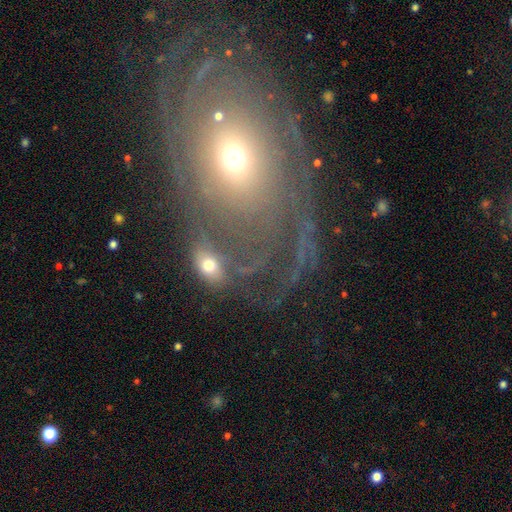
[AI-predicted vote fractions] smooth_or_featured: featured or disk (p=0.75) [alt: smooth p=0.13]
disk_edge_on: no (p=0.95) [alt: yes p=0.05]
bar: no (p=0.77) [alt: weak p=0.17]
has_spiral_arms: yes (p=0.85) [alt: no p=0.15]
spiral_winding: tight (p=0.67) [alt: medium p=0.22]
spiral_arm_count: can't tell (p=0.41) [alt: 2 p=0.15]
bulge_size: moderate (p=0.48) [alt: small p=0.43]
merging: none (p=0.67) [alt: minor disturbance p=0.14]